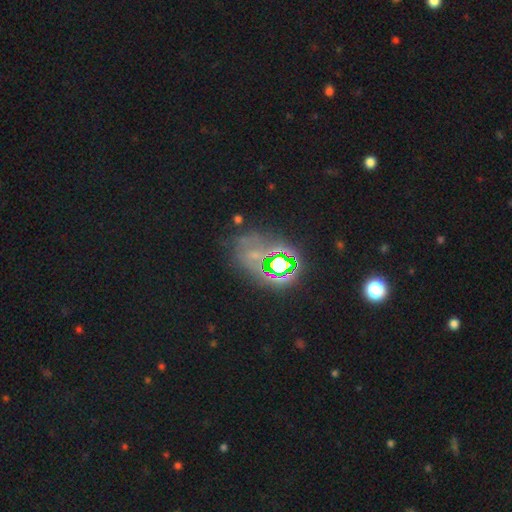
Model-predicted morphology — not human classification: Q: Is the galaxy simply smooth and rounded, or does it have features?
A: star or artifact — 63%.